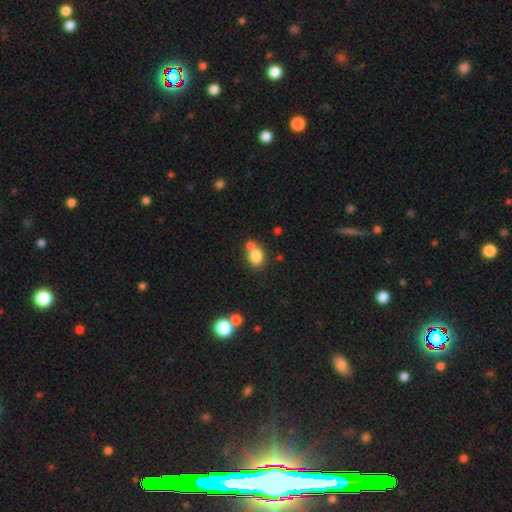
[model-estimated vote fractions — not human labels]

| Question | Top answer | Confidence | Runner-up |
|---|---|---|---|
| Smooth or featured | smooth | 81% | star or artifact (10%) |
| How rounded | round | 59% | in between (40%) |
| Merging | none | 48% | merger (37%) |